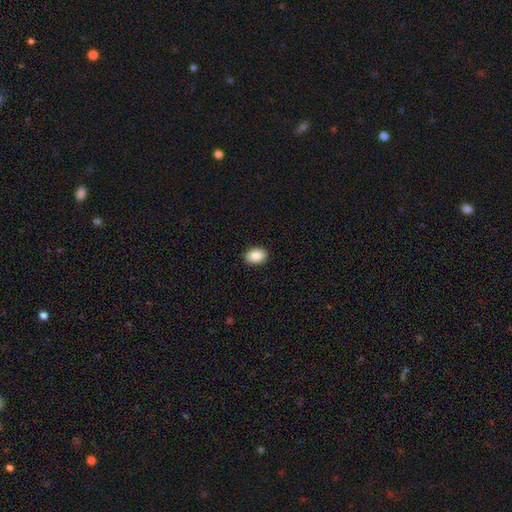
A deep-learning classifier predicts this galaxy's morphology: Q: Smooth or featured?
A: smooth (88%); runner-up: star or artifact (8%)
Q: How rounded?
A: in between (79%); runner-up: round (20%)
Q: Merging?
A: none (91%); runner-up: minor disturbance (6%)